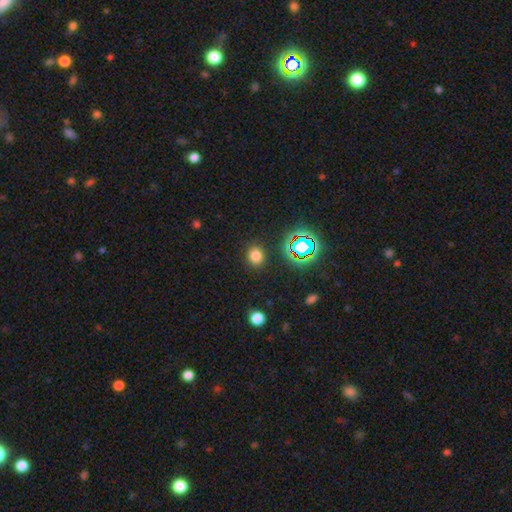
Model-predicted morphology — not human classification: Smooth or featured?
  - smooth: 73% *
  - star or artifact: 20%
  - featured or disk: 6%
How rounded?
  - round: 69% *
  - in between: 30%
  - cigar-shaped: 1%
Merging?
  - none: 88% *
  - minor disturbance: 7%
  - major disturbance: 3%
  - merger: 2%